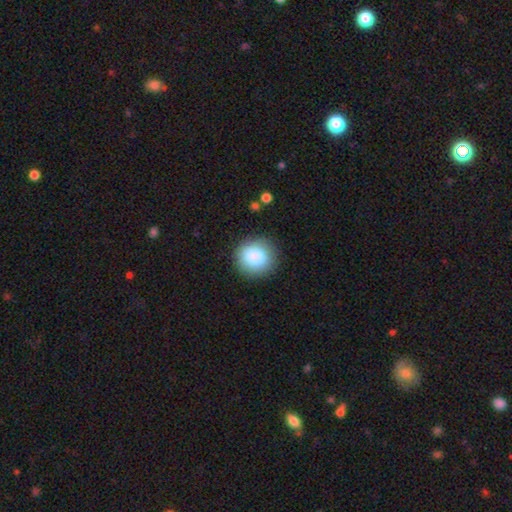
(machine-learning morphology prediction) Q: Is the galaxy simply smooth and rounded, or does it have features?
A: smooth — 83%.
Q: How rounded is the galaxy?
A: round — 90%.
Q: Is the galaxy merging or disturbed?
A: none — 89%.